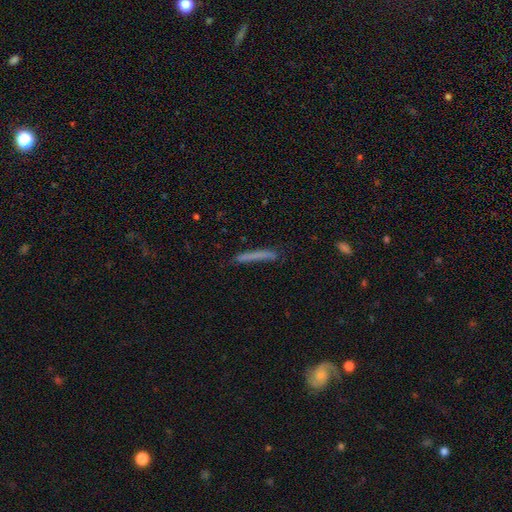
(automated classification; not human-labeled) Smooth or featured? smooth (70%)
How rounded? cigar-shaped (96%)
Merging? none (79%)